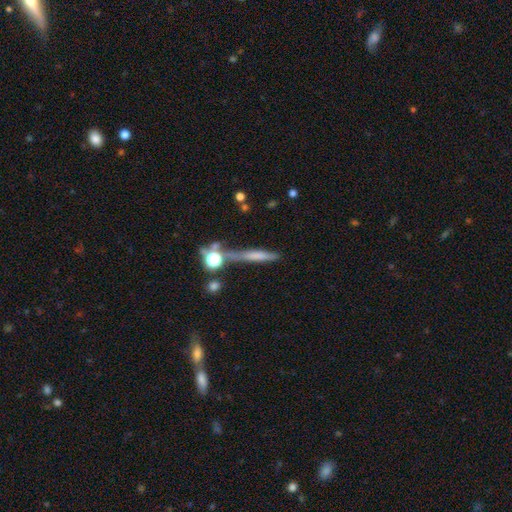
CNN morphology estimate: This appears to be a smooth galaxy with no disk features (54%) that is cigar-shaped (85%). Merging: none (60%).